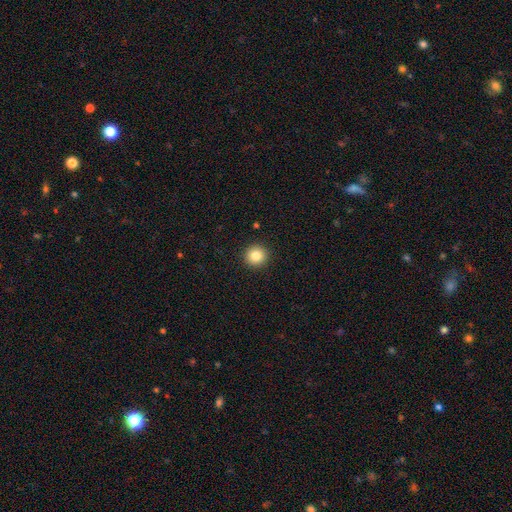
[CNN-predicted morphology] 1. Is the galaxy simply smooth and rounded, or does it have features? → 83% smooth, 11% star or artifact, 6% featured or disk.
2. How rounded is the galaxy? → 95% round, 4% in between, 1% cigar-shaped.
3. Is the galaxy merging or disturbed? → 93% none, 4% minor disturbance, 2% major disturbance, 1% merger.